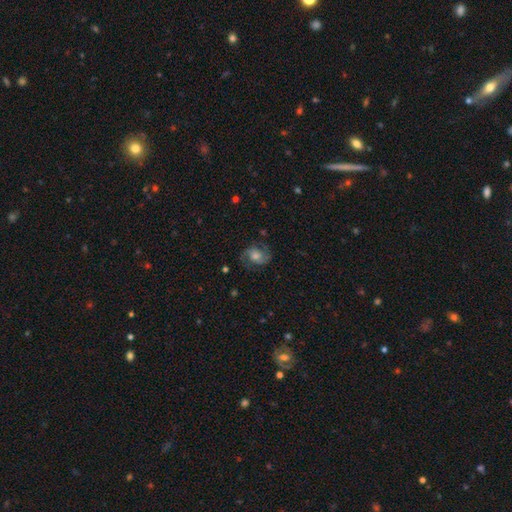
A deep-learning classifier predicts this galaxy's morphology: smooth_or_featured: featured or disk (p=0.75) [alt: smooth p=0.16]
disk_edge_on: no (p=0.97) [alt: yes p=0.03]
bar: no (p=0.61) [alt: weak p=0.31]
has_spiral_arms: yes (p=0.94) [alt: no p=0.06]
spiral_winding: medium (p=0.53) [alt: tight p=0.24]
spiral_arm_count: 2 (p=0.88) [alt: can't tell p=0.05]
bulge_size: moderate (p=0.51) [alt: small p=0.29]
merging: none (p=0.76) [alt: minor disturbance p=0.15]